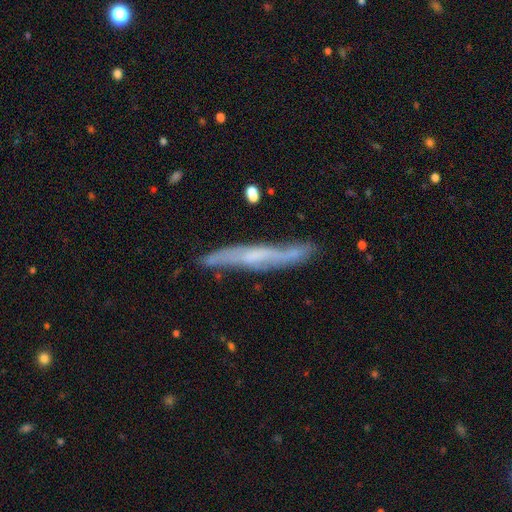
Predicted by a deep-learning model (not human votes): A featured or disk galaxy (65%) viewed edge-on (79%) with no central bulge (60%). Merging: none (75%).